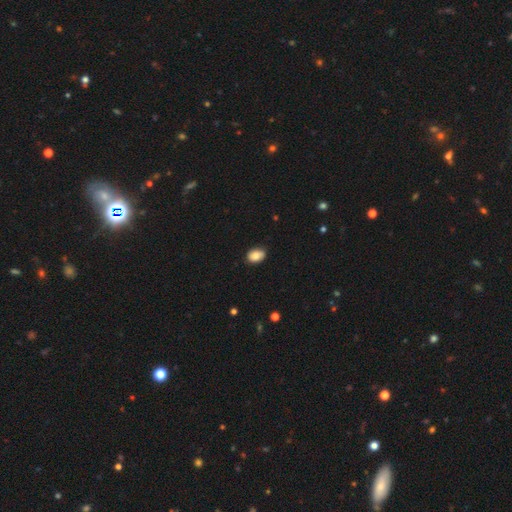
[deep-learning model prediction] Morphology: type=smooth (84%); roundness=in between (82%); merging=none (82%).